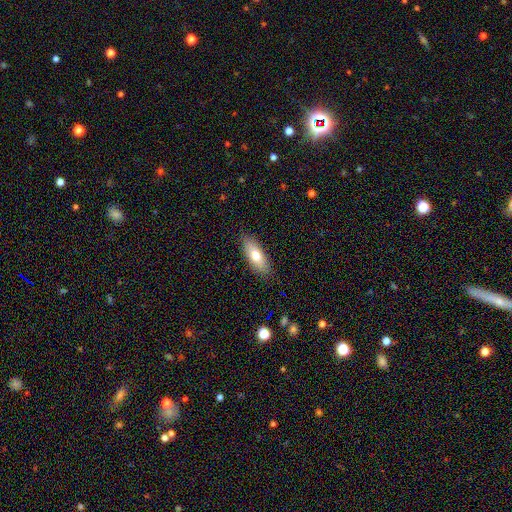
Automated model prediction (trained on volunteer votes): smooth 73%, featured or disk 20%, star or artifact 7%. Down the decision tree: how rounded — in between (76%); merging — none (86%).